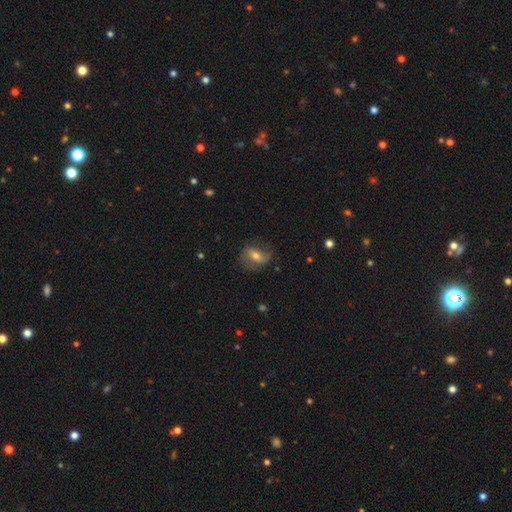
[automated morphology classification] smooth_or_featured: featured or disk (p=0.51) [alt: smooth p=0.41]
disk_edge_on: no (p=0.91) [alt: yes p=0.09]
merging: none (p=0.65) [alt: minor disturbance p=0.22]